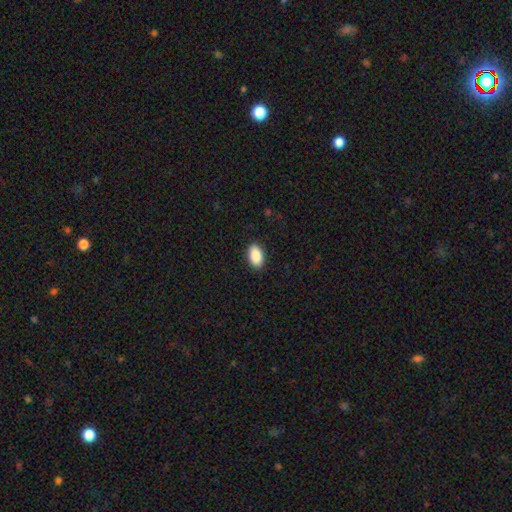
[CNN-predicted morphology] smooth_or_featured: smooth (p=0.90) [alt: star or artifact p=0.07]
how_rounded: in between (p=0.94) [alt: round p=0.05]
merging: none (p=0.89) [alt: minor disturbance p=0.08]